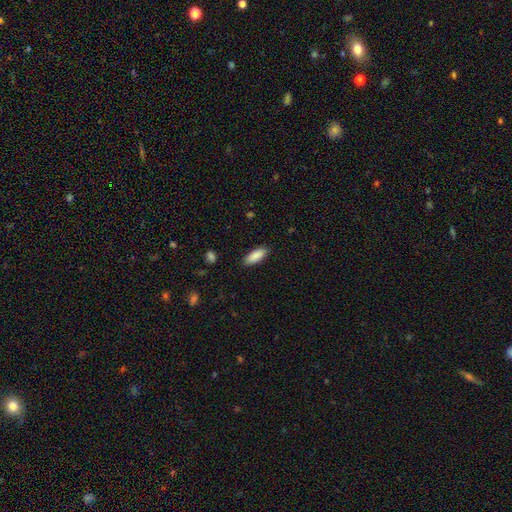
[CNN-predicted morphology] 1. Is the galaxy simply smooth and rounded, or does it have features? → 89% smooth, 6% star or artifact, 5% featured or disk.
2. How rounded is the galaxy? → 75% in between, 24% cigar-shaped, 2% round.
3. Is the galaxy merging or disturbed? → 88% none, 9% minor disturbance, 2% major disturbance, 1% merger.